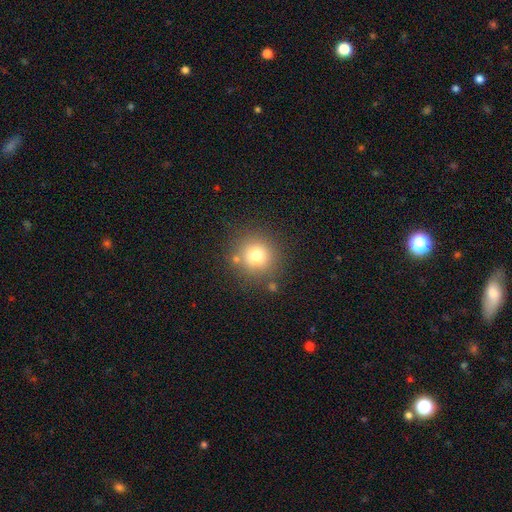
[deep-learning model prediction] This is likely a smooth galaxy (74%). How rounded: clearly round (92%). Merging: likely none (79%).